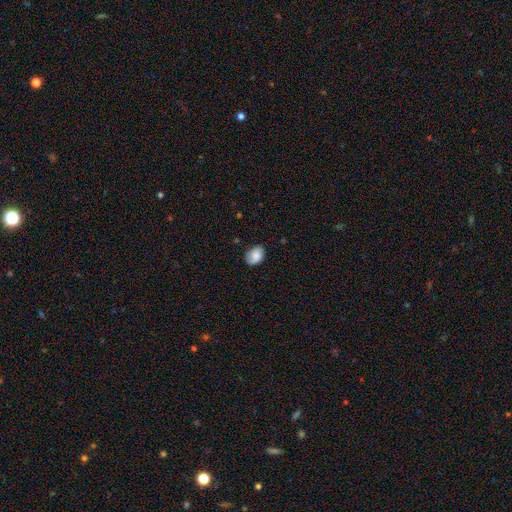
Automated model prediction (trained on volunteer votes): This is likely a smooth galaxy (79%). How rounded: likely in between (69%). Merging: likely none (71%).